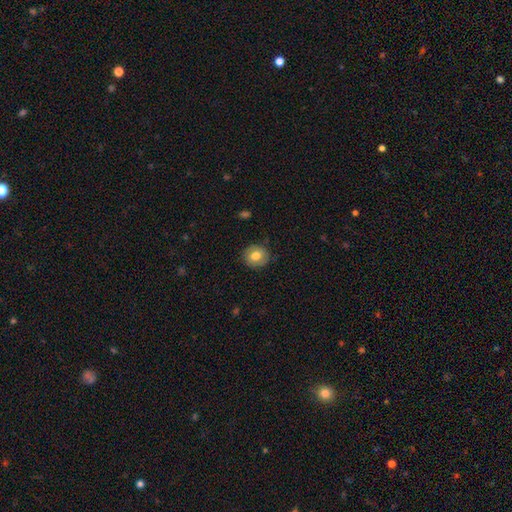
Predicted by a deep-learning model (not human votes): smooth_or_featured: smooth (p=0.76) [alt: featured or disk p=0.15]
how_rounded: round (p=0.84) [alt: in between p=0.15]
merging: none (p=0.87) [alt: minor disturbance p=0.09]